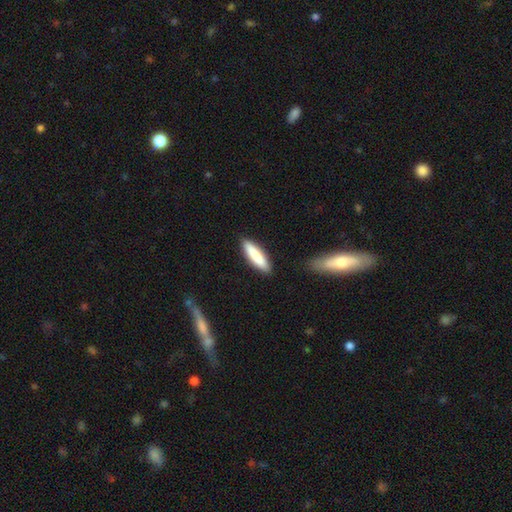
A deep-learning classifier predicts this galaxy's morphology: Smooth or featured: smooth — 81% (featured or disk — 13%)
How rounded: cigar-shaped — 76% (in between — 23%)
Merging: none — 88% (minor disturbance — 8%)